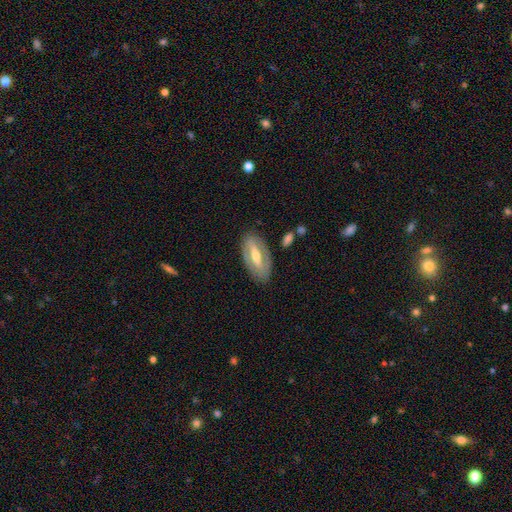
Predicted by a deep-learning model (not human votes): Q: Smooth or featured?
A: featured or disk (65%); runner-up: smooth (29%)
Q: Edge-on disk?
A: no (81%); runner-up: yes (19%)
Q: Bar?
A: strong (56%); runner-up: weak (27%)
Q: Spiral arms?
A: no (58%); runner-up: yes (42%)
Q: Bulge size?
A: moderate (64%); runner-up: small (26%)
Q: Merging?
A: none (82%); runner-up: minor disturbance (12%)